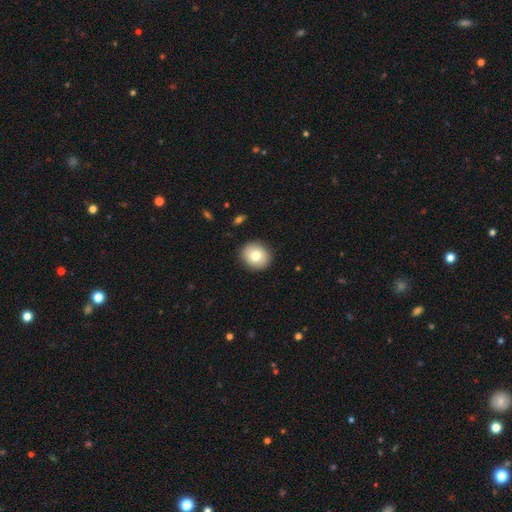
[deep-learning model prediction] Smooth or featured? smooth (78%)
How rounded? round (83%)
Merging? none (89%)